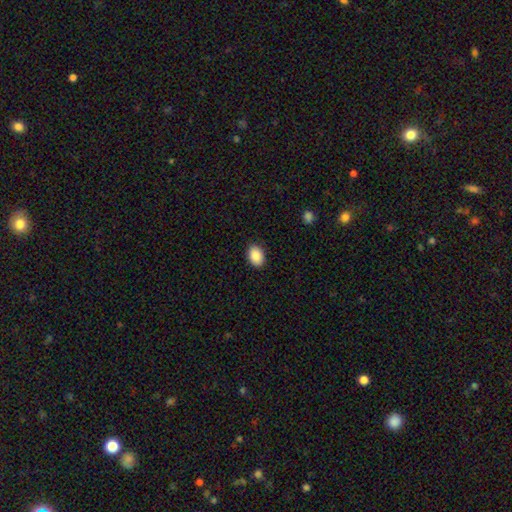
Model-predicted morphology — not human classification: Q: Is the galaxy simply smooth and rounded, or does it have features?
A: smooth — 89%.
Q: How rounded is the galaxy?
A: in between — 82%.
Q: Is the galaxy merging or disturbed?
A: none — 89%.